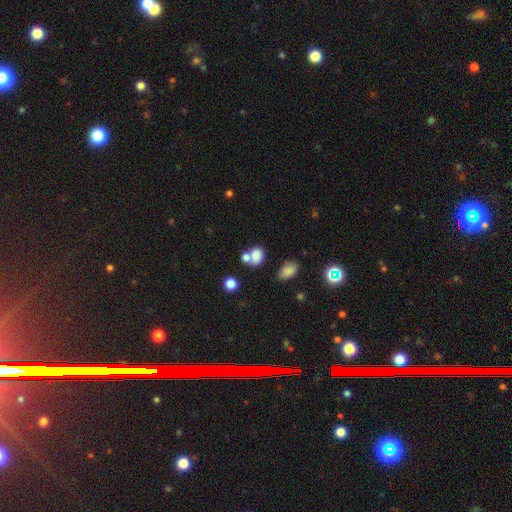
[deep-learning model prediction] This is likely a smooth galaxy (78%). How rounded: possibly in between (59%). Merging: marginally merger (42%).